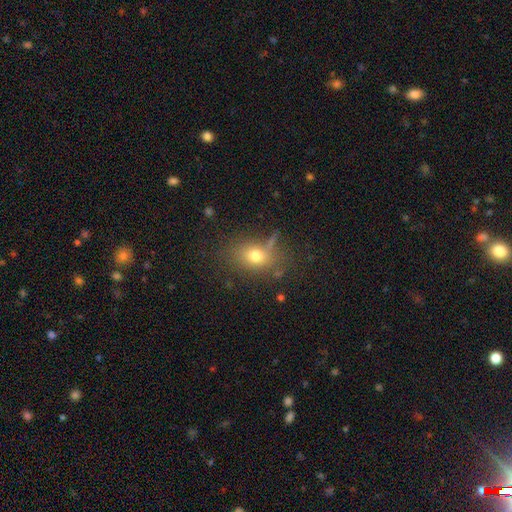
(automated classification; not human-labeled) This appears to be a smooth galaxy with no disk features (71%) that is in between round and cigar-shaped (55%). Merging: none (69%).